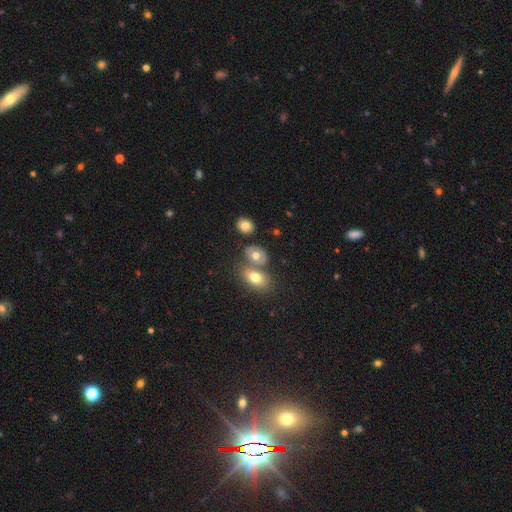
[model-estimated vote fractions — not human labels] This appears to be a smooth galaxy with no disk features (66%) that is in between round and cigar-shaped (70%). Merging: none (51%).